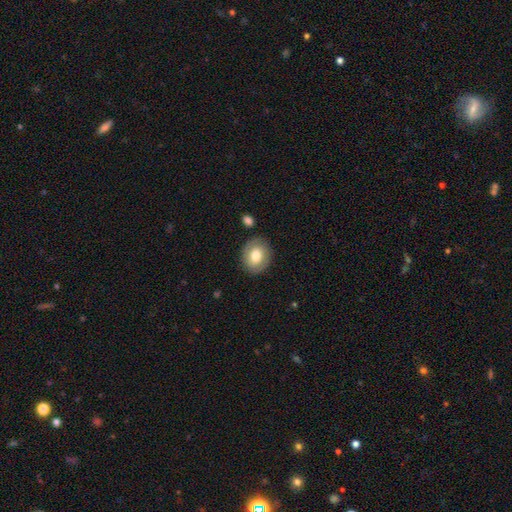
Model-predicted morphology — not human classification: Smooth or featured? smooth (63%)
How rounded? round (55%)
Merging? none (84%)